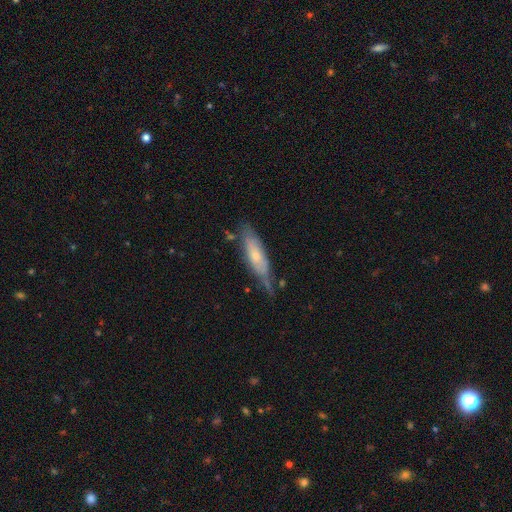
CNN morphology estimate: Q: Smooth or featured?
A: smooth (49%); runner-up: featured or disk (45%)
Q: Merging?
A: none (53%); runner-up: minor disturbance (32%)